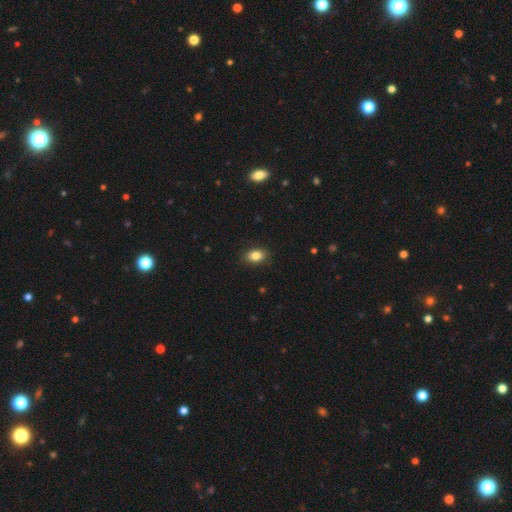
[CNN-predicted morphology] smooth 84%, star or artifact 9%, featured or disk 7%. Down the decision tree: how rounded — in between (81%); merging — none (87%).